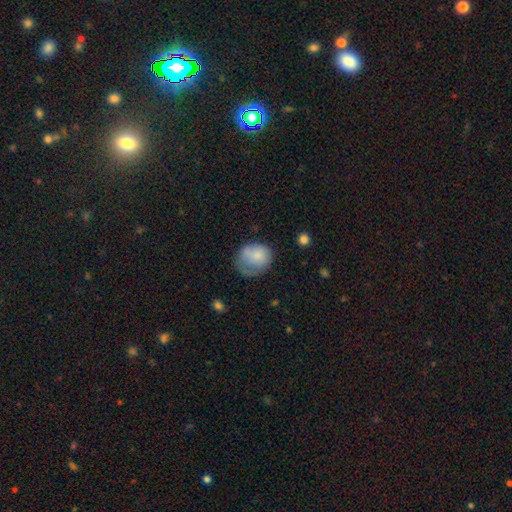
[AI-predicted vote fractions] Smooth or featured? smooth (76%)
How rounded? round (67%)
Merging? none (41%)